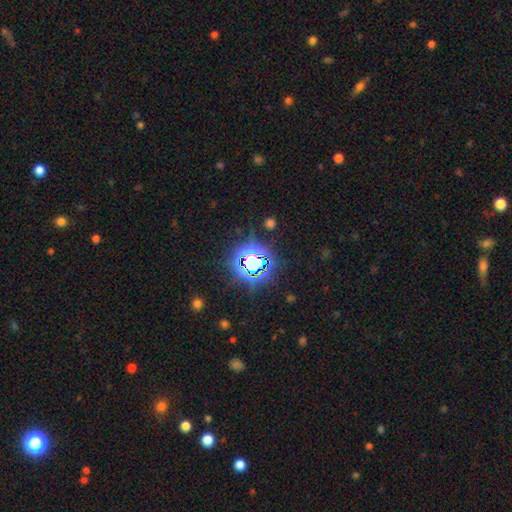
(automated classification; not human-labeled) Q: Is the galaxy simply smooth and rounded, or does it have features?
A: star or artifact — 76%.